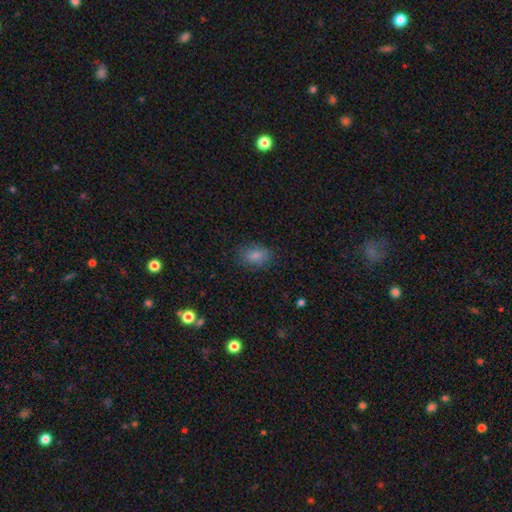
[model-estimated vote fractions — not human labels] This appears to be a smooth galaxy with no disk features (82%) that is in between round and cigar-shaped (76%). Merging: none (81%).